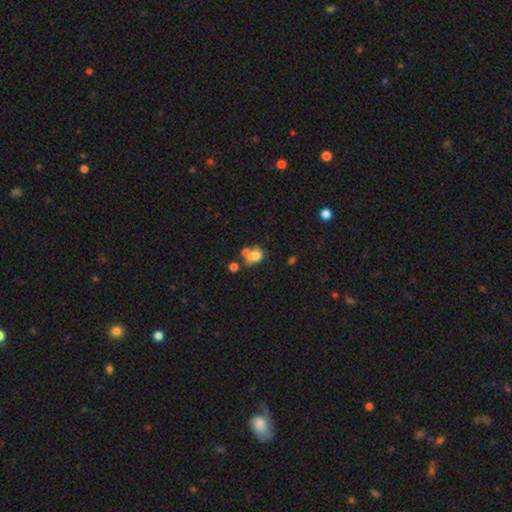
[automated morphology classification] Overall: smooth (68%). How rounded: in between (64%; round 34%). Merging: merger (42%; none 30%).